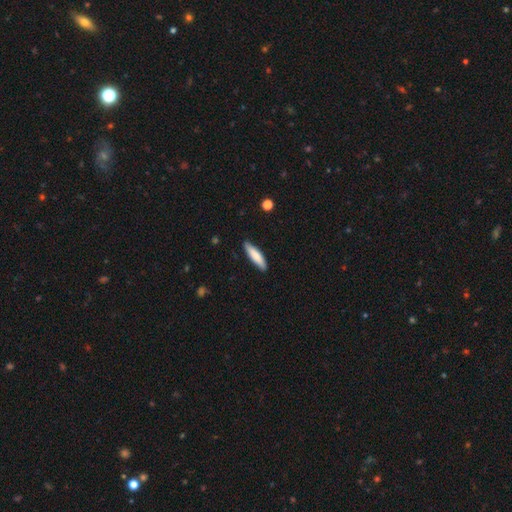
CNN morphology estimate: A smooth galaxy with no disk features (80%) that is cigar-shaped (74%).

Vote fractions:
- Smooth or featured? smooth: 80% / featured or disk: 14% / star or artifact: 5%
- How rounded? cigar-shaped: 74% / in between: 25% / round: 1%
- Merging? none: 87% / minor disturbance: 11% / major disturbance: 2% / merger: 1%